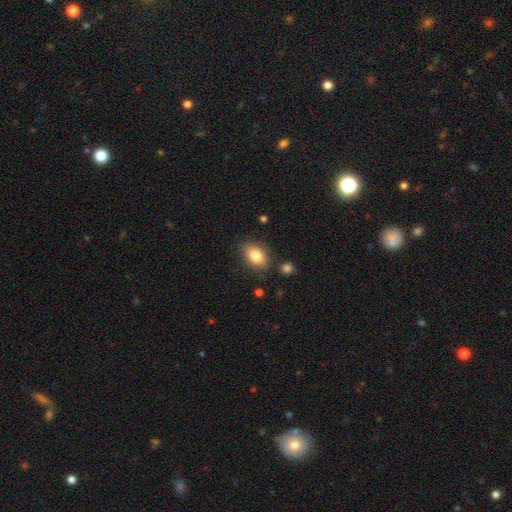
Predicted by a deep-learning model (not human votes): A smooth galaxy with no disk features (83%) that is in between round and cigar-shaped (86%).

Vote fractions:
- Smooth or featured? smooth: 83% / featured or disk: 9% / star or artifact: 8%
- How rounded? in between: 86% / round: 12% / cigar-shaped: 2%
- Merging? none: 82% / minor disturbance: 12% / merger: 3% / major disturbance: 3%